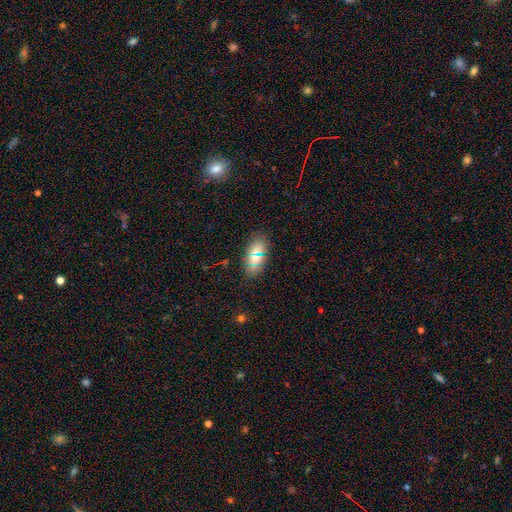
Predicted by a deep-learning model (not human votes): smooth-or-featured: smooth: 71% | star or artifact: 17% | featured or disk: 12%
  how-rounded: in between: 90% | round: 6% | cigar-shaped: 5%
  merging: none: 86% | minor disturbance: 10% | major disturbance: 3% | merger: 1%